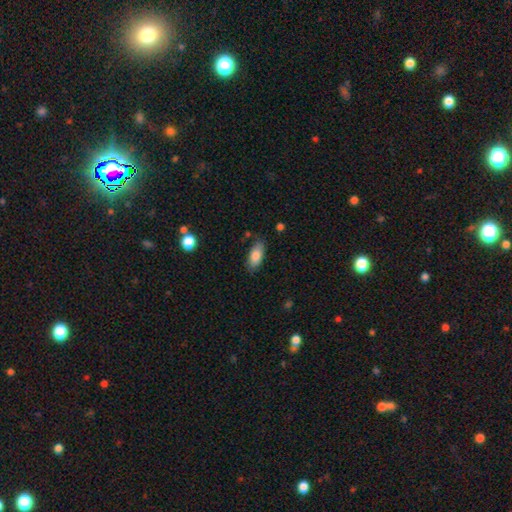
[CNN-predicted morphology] Smooth or featured? Predicted: smooth (p=0.83). How rounded? Predicted: in between (p=0.87). Merging? Predicted: none (p=0.80).